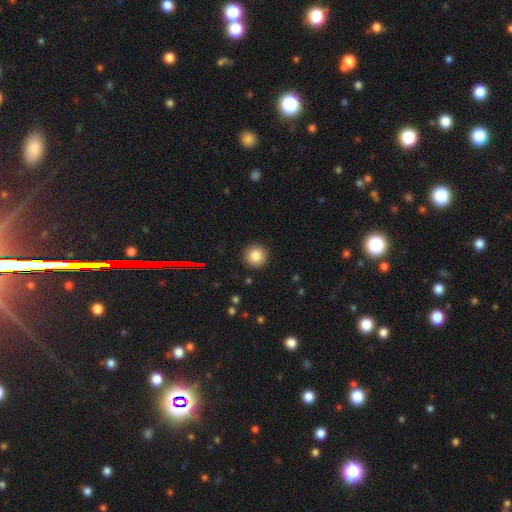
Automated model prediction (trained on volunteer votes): smooth-or-featured: smooth: 84% | star or artifact: 10% | featured or disk: 6%
  how-rounded: round: 95% | in between: 4% | cigar-shaped: 1%
  merging: none: 92% | minor disturbance: 5% | major disturbance: 2% | merger: 1%